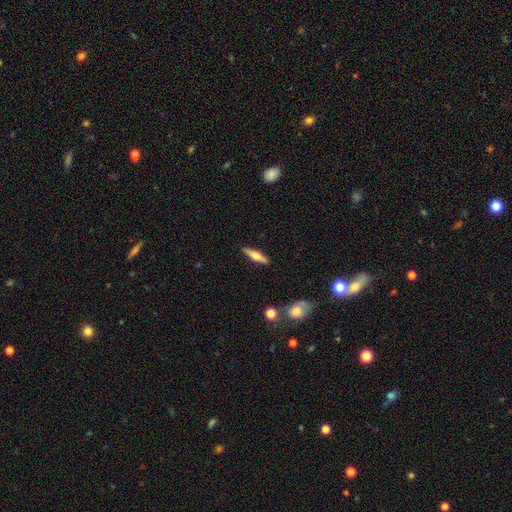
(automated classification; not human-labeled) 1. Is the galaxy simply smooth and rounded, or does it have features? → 47% featured or disk, 46% smooth, 6% star or artifact.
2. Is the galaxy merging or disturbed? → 89% none, 8% minor disturbance, 2% major disturbance, 2% merger.